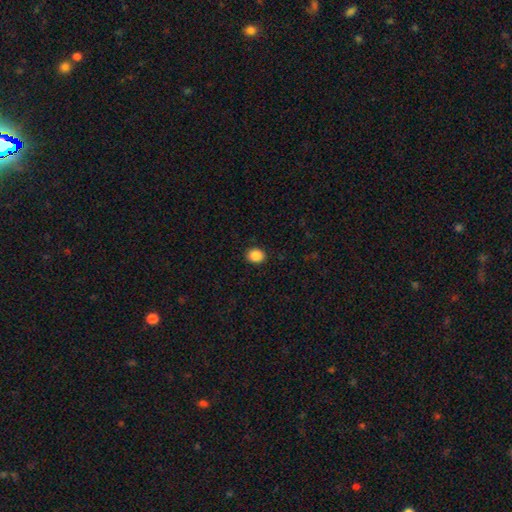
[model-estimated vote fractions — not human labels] smooth 88%, star or artifact 9%, featured or disk 3%. Down the decision tree: how rounded — round (57%); merging — none (91%).